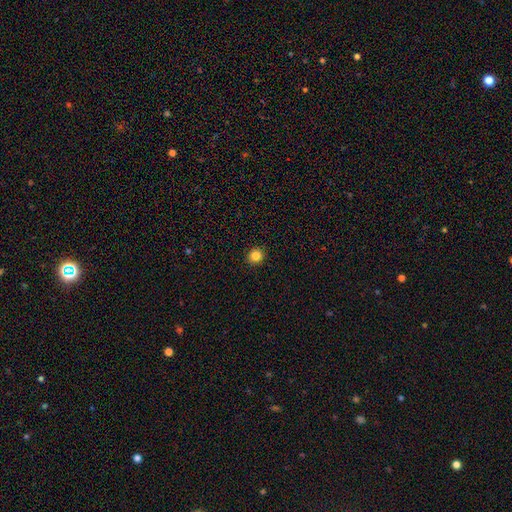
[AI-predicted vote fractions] A smooth galaxy with no disk features (84%) that is round (93%).

Vote fractions:
- Smooth or featured? smooth: 84% / star or artifact: 12% / featured or disk: 4%
- How rounded? round: 93% / in between: 6% / cigar-shaped: 1%
- Merging? none: 93% / minor disturbance: 4% / major disturbance: 1% / merger: 1%